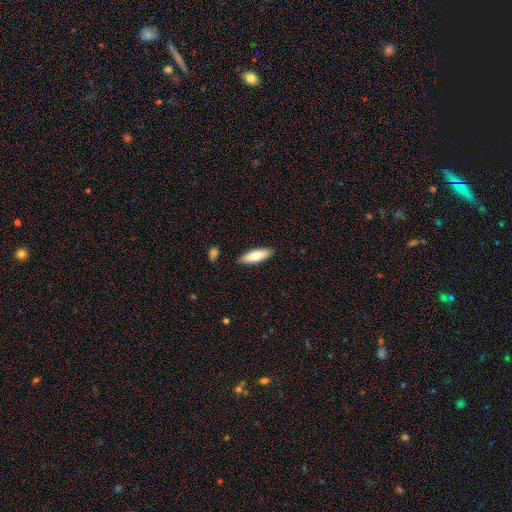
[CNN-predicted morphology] The model was most divided on "how rounded": in between: 58%, cigar-shaped: 40%, round: 2%. More confident: merging — none (88%); smooth or featured — smooth (76%).